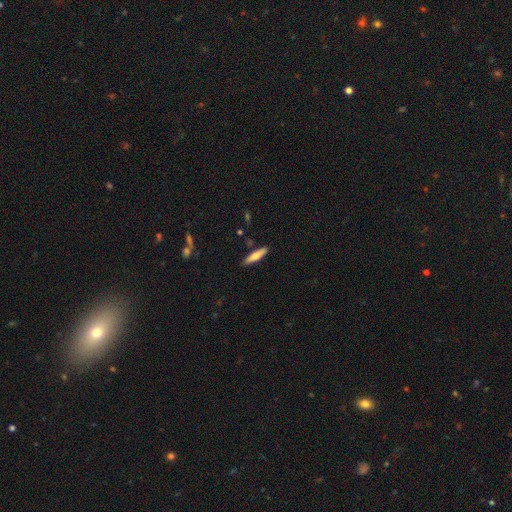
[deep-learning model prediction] This is likely a smooth galaxy (64%). How rounded: likely cigar-shaped (80%). Merging: clearly none (87%).